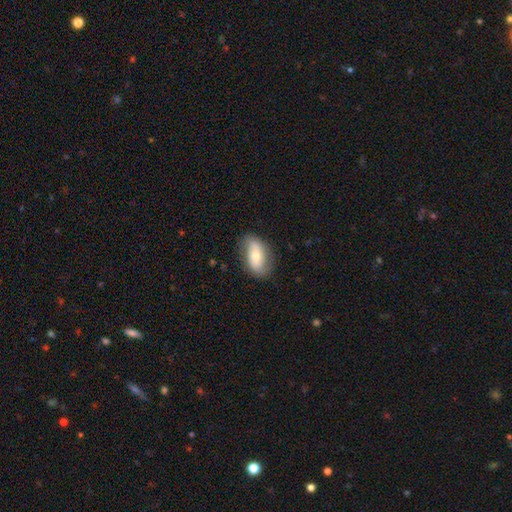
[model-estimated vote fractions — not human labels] Smooth or featured: smooth — 51% (featured or disk — 42%)
How rounded: in between — 89% (round — 6%)
Merging: none — 78% (minor disturbance — 16%)